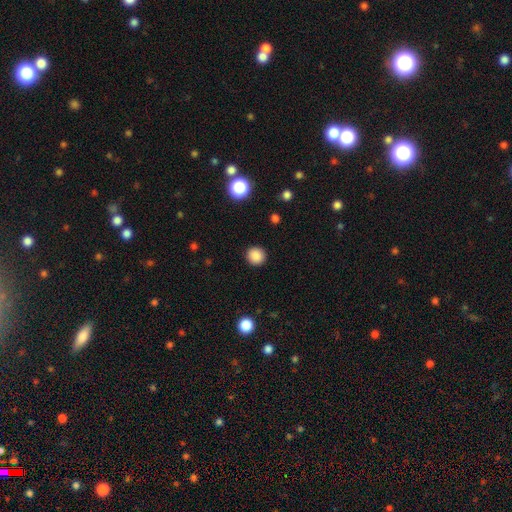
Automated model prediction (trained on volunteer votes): A smooth galaxy with no disk features (87%) that is round (92%). Merging: none (92%).